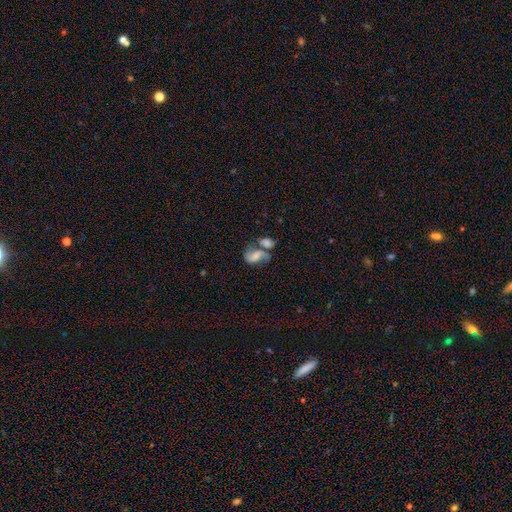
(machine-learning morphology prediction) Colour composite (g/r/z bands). It shows a featured or disk galaxy (55%) with no bar (52%), spiral arms (84%) and a moderate central bulge (29%, tied with small). Merging: merger (48%).